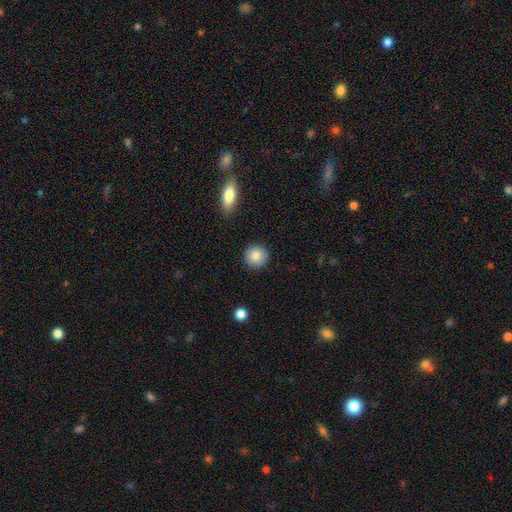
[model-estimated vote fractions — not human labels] This is clearly a smooth galaxy (85%). How rounded: clearly round (93%). Merging: clearly none (90%).